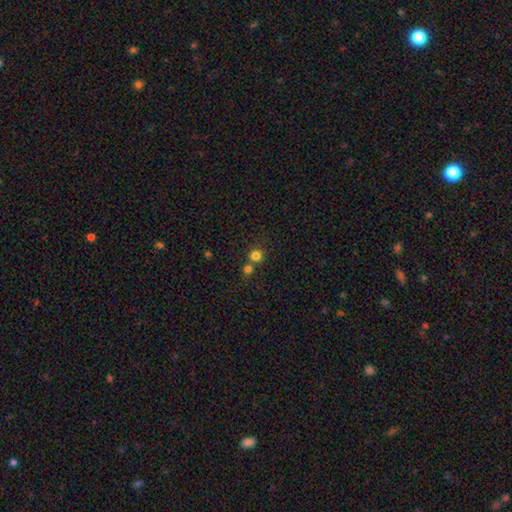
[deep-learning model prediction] smooth_or_featured: smooth (p=0.79) [alt: star or artifact p=0.14]
how_rounded: round (p=0.91) [alt: in between p=0.08]
merging: none (p=0.62) [alt: merger p=0.29]